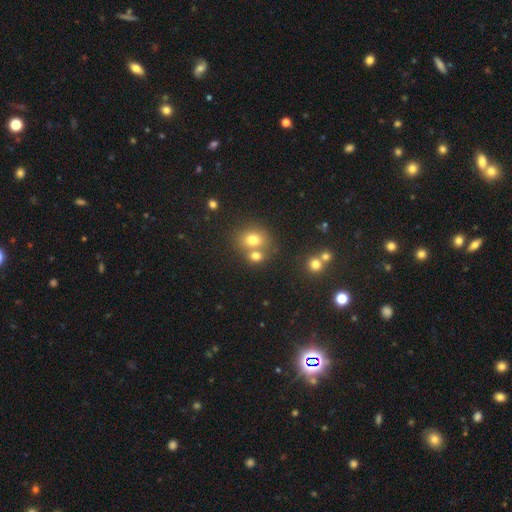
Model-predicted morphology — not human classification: smooth-or-featured: smooth: 73% | star or artifact: 15% | featured or disk: 12%
  how-rounded: round: 61% | in between: 38% | cigar-shaped: 1%
  merging: merger: 44% (tied) | none: 44% (tied) | minor disturbance: 9% | major disturbance: 4%